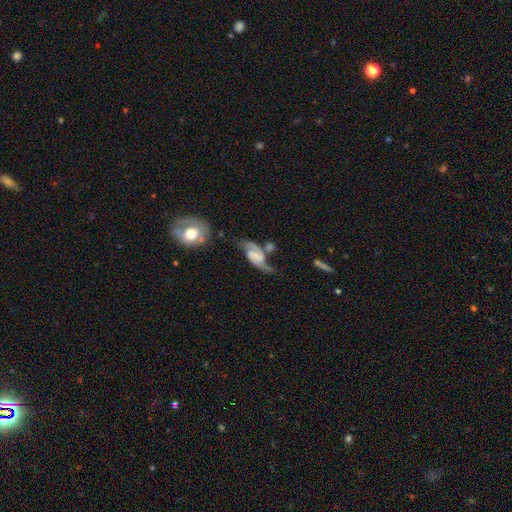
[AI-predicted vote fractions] Smooth or featured? Predicted: featured or disk (p=0.81). Edge-on disk? Predicted: no (p=0.95). Bar? Predicted: weak (p=0.41). Spiral arms? Predicted: yes (p=0.94). Spiral winding? Predicted: loose (p=0.57). Spiral arm count? Predicted: 2 (p=0.90). Bulge size? Predicted: none (p=0.50). Merging? Predicted: none (p=0.43).